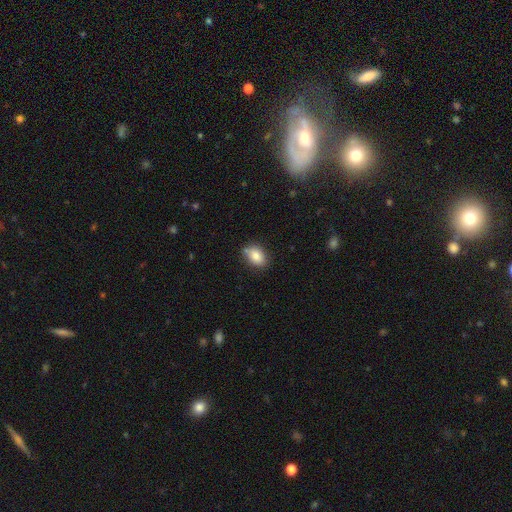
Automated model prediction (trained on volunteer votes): This is clearly a smooth galaxy (84%). How rounded: likely in between (80%). Merging: likely none (75%).